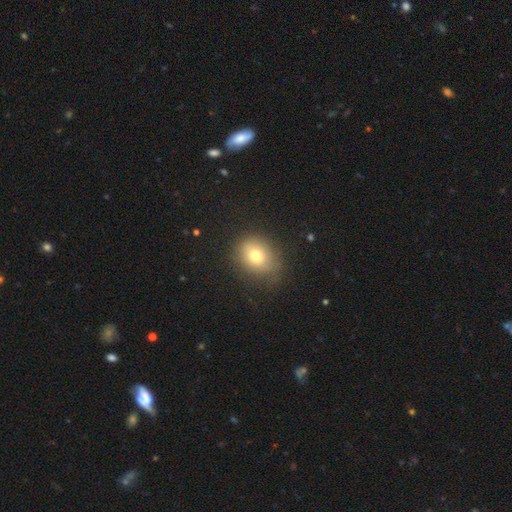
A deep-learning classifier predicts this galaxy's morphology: smooth_or_featured: smooth (p=0.75) [alt: featured or disk p=0.12]
how_rounded: round (p=0.54) [alt: in between p=0.45]
merging: none (p=0.75) [alt: minor disturbance p=0.18]